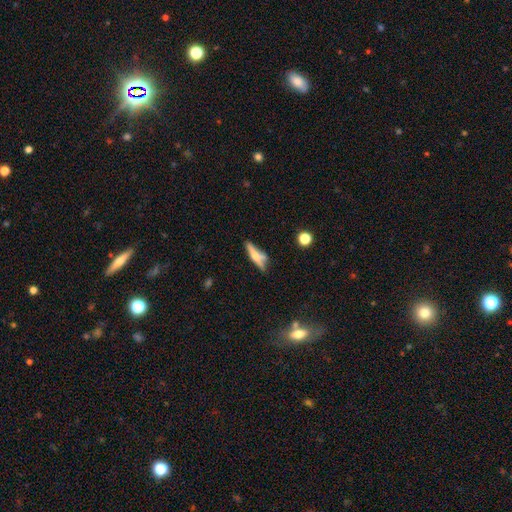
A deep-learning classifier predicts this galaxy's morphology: A featured or disk galaxy (47%). Merging: none (53%).